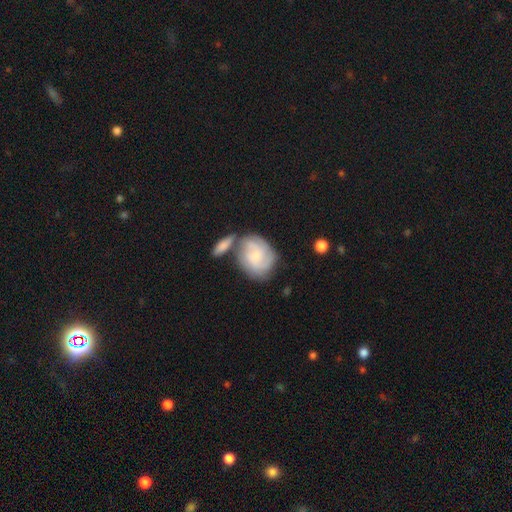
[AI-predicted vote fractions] Smooth or featured? Predicted: featured or disk (p=0.56). Edge-on disk? Predicted: no (p=0.96). Bar? Predicted: no (p=0.70). Spiral arms? Predicted: yes (p=0.86). Bulge size? Predicted: small (p=0.65). Merging? Predicted: none (p=0.49).